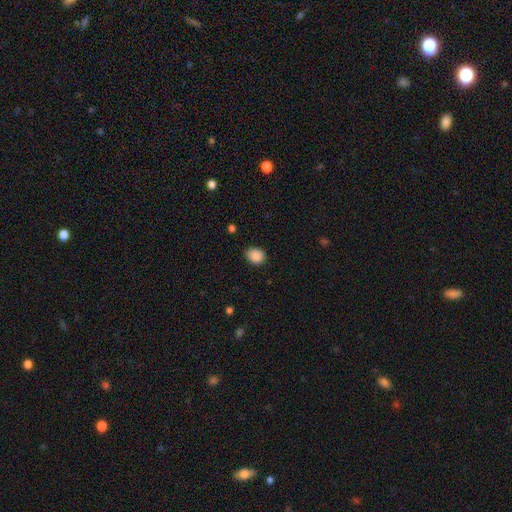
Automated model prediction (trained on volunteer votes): Overall: smooth (89%). How rounded: in between (51%; round 48%). Merging: none (84%).